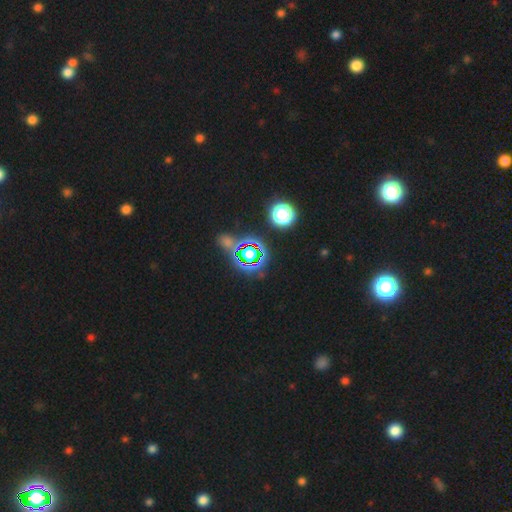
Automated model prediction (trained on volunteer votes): Smooth or featured?
  - star or artifact: 75% *
  - smooth: 16%
  - featured or disk: 10%